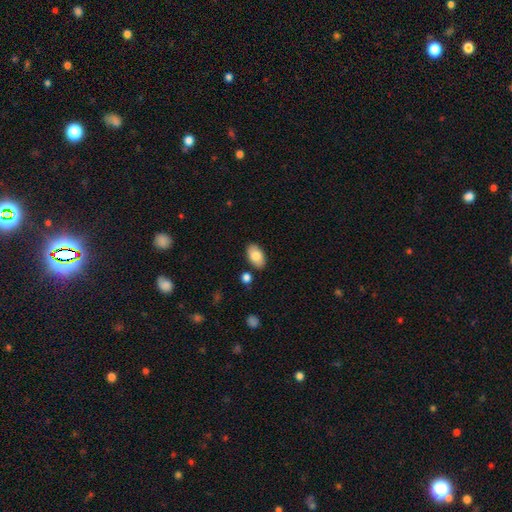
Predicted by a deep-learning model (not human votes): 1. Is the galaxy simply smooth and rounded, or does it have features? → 82% smooth, 12% featured or disk, 7% star or artifact.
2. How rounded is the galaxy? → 93% in between, 6% round, 1% cigar-shaped.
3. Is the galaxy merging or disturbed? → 83% none, 10% minor disturbance, 4% merger, 2% major disturbance.